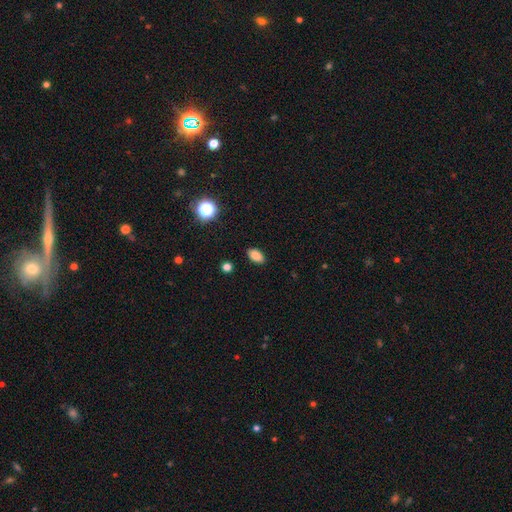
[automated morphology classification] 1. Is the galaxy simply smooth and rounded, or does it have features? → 83% smooth, 11% star or artifact, 7% featured or disk.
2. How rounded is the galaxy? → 91% in between, 6% round, 2% cigar-shaped.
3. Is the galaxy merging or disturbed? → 89% none, 8% minor disturbance, 2% major disturbance, 1% merger.